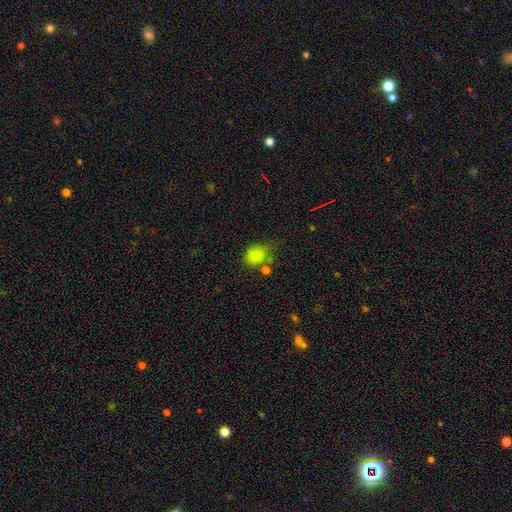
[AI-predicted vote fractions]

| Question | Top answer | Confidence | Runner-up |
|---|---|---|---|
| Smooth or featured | smooth | 81% | star or artifact (13%) |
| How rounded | round | 58% | in between (41%) |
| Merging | none | 56% | minor disturbance (25%) |